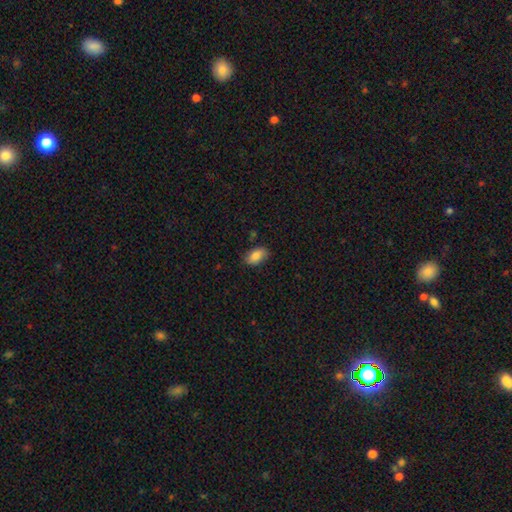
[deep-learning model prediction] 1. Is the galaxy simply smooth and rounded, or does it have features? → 84% smooth, 9% featured or disk, 8% star or artifact.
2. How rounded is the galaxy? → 92% in between, 6% round, 2% cigar-shaped.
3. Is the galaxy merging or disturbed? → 81% none, 15% minor disturbance, 3% major disturbance, 1% merger.